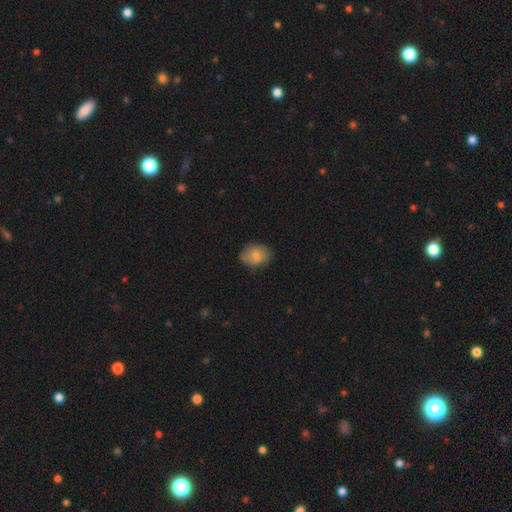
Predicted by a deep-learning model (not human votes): Q: Smooth or featured?
A: smooth (78%); runner-up: featured or disk (15%)
Q: How rounded?
A: in between (67%); runner-up: round (32%)
Q: Merging?
A: none (76%); runner-up: minor disturbance (19%)